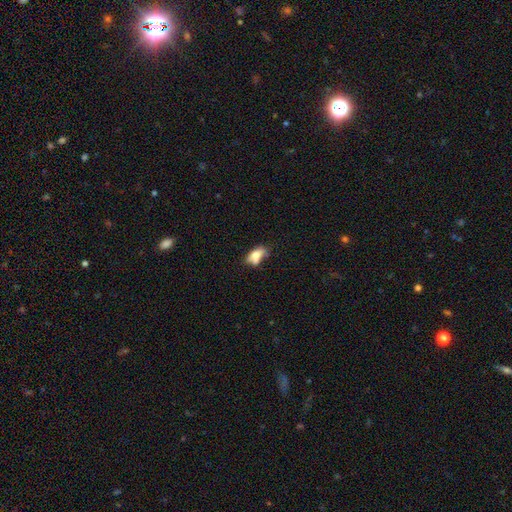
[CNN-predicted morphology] A smooth galaxy with no disk features (70%) that is in between round and cigar-shaped (86%). Merging: none (41%).